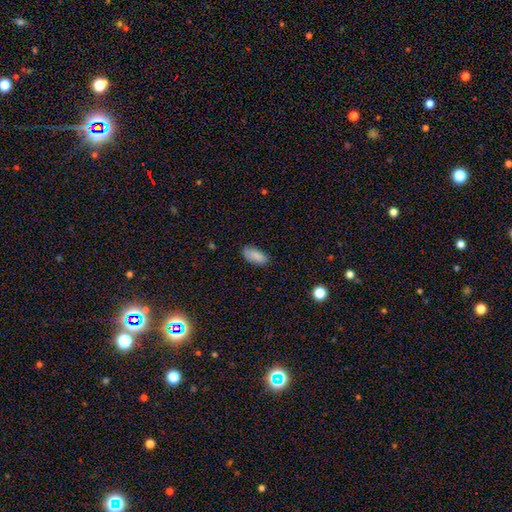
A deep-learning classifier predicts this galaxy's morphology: This is clearly a smooth galaxy (85%). How rounded: clearly in between (91%). Merging: likely none (73%).